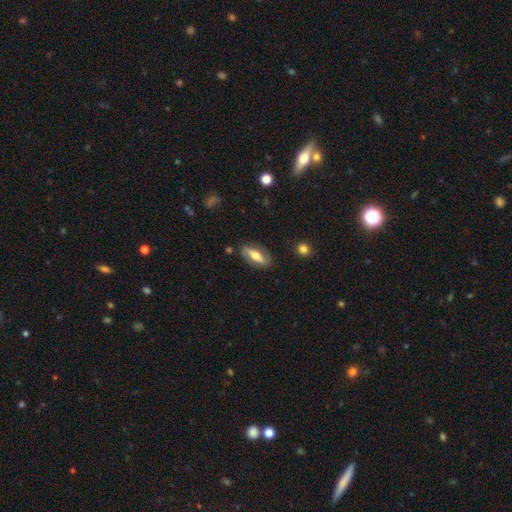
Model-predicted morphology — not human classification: Smooth or featured?
  - smooth: 52% *
  - featured or disk: 42%
  - star or artifact: 6%
How rounded?
  - in between: 70% *
  - cigar-shaped: 26%
  - round: 3%
Merging?
  - none: 81% *
  - minor disturbance: 14%
  - major disturbance: 4%
  - merger: 2%